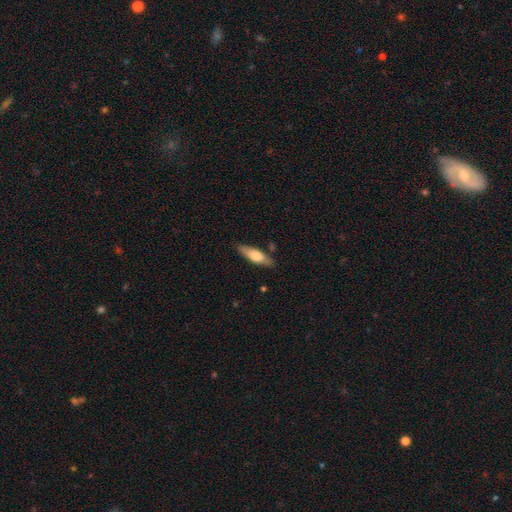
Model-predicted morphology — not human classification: A smooth galaxy with no disk features (63%) that is in between round and cigar-shaped (50%).

Vote fractions:
- Smooth or featured? smooth: 63% / featured or disk: 31% / star or artifact: 6%
- How rounded? in between: 50% / cigar-shaped: 48% / round: 2%
- Merging? none: 80% / minor disturbance: 14% / merger: 3% / major disturbance: 3%